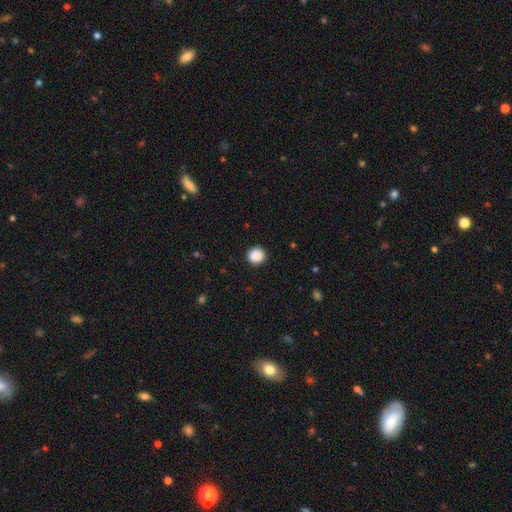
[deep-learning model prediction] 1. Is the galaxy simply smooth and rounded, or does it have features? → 89% smooth, 9% star or artifact, 2% featured or disk.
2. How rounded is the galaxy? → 89% round, 10% in between, 1% cigar-shaped.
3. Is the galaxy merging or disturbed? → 91% none, 6% minor disturbance, 2% major disturbance, 1% merger.